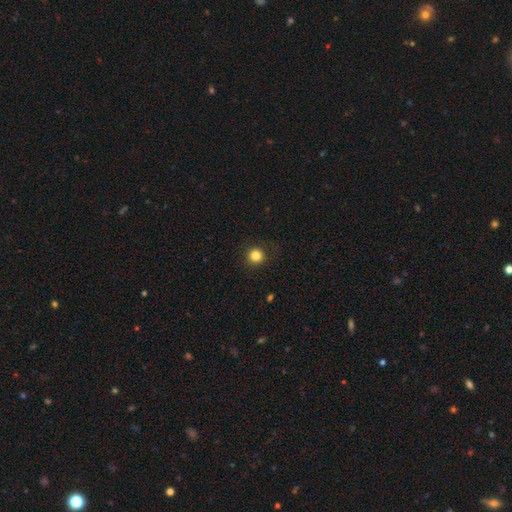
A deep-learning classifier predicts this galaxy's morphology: A smooth galaxy with no disk features (83%) that is round (94%). Merging: none (90%).